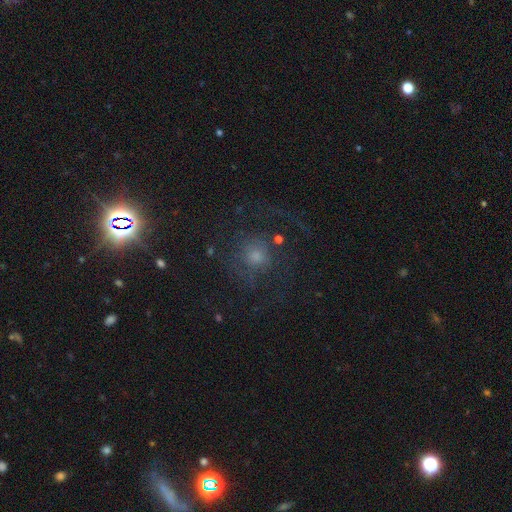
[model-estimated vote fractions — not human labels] This is marginally a smooth galaxy (43%). Merging: possibly none (55%).